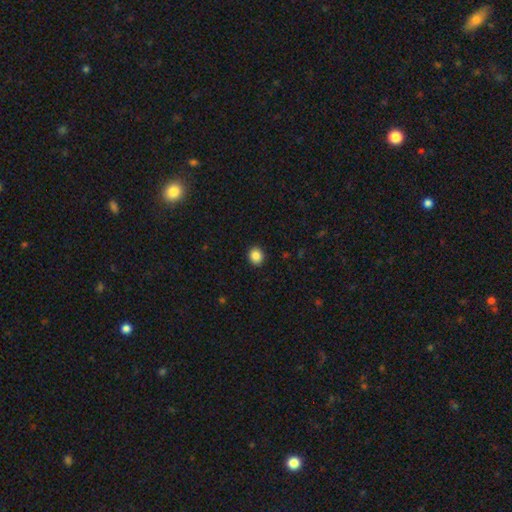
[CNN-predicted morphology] Smooth or featured? Predicted: smooth (p=0.88). How rounded? Predicted: round (p=0.69). Merging? Predicted: none (p=0.91).